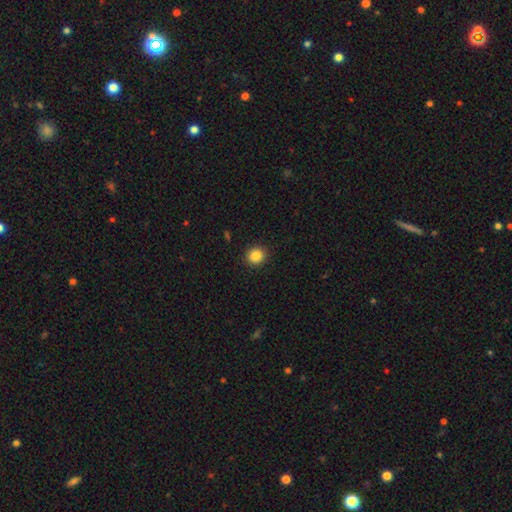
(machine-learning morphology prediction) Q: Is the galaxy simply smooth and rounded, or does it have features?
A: smooth — 86%.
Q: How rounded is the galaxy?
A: round — 89%.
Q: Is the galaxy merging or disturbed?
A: none — 91%.